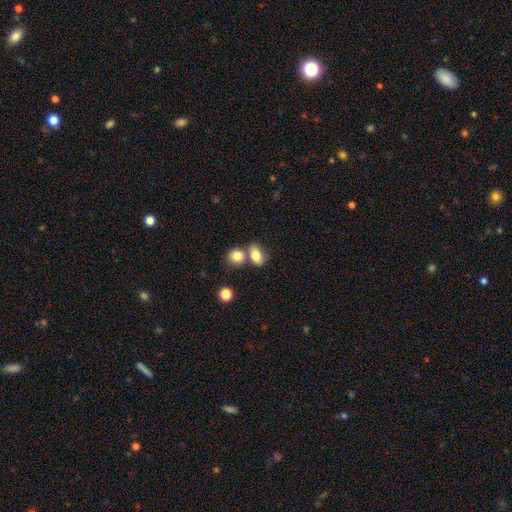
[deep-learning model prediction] Smooth or featured?
  - smooth: 80% *
  - featured or disk: 11%
  - star or artifact: 9%
How rounded?
  - in between: 80% *
  - round: 17%
  - cigar-shaped: 3%
Merging?
  - none: 51% *
  - merger: 35%
  - minor disturbance: 11%
  - major disturbance: 4%